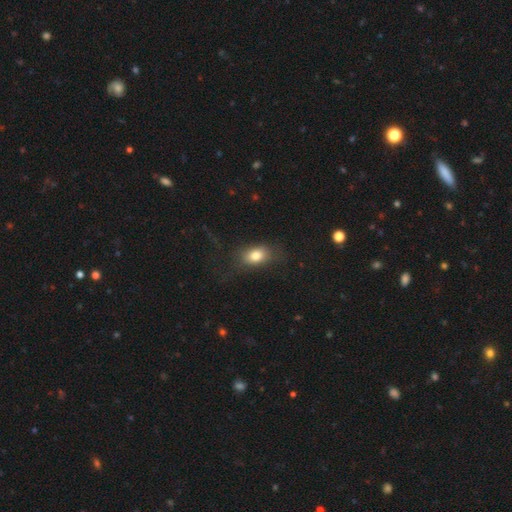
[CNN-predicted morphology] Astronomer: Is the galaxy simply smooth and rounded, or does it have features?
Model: smooth — 79%.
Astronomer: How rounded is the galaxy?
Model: in between — 79%.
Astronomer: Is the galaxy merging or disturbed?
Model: none — 65%.